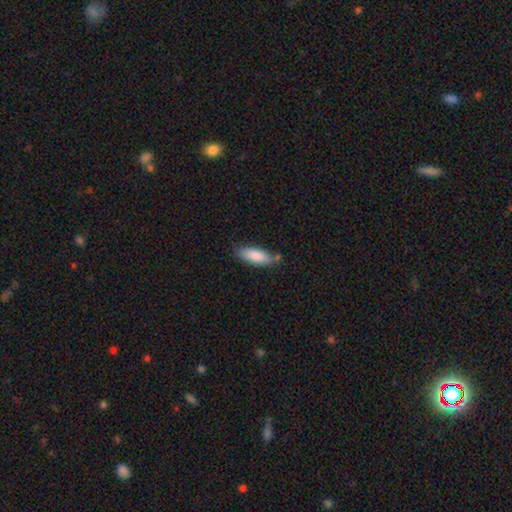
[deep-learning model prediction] Smooth or featured? smooth (84%)
How rounded? in between (61%)
Merging? none (72%)